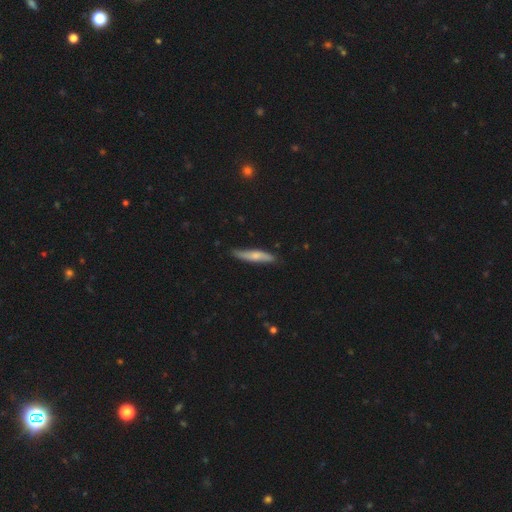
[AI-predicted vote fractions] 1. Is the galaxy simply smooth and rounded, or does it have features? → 58% smooth, 37% featured or disk, 5% star or artifact.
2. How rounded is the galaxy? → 86% cigar-shaped, 12% in between, 2% round.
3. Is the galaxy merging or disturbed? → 81% none, 15% minor disturbance, 2% major disturbance, 1% merger.